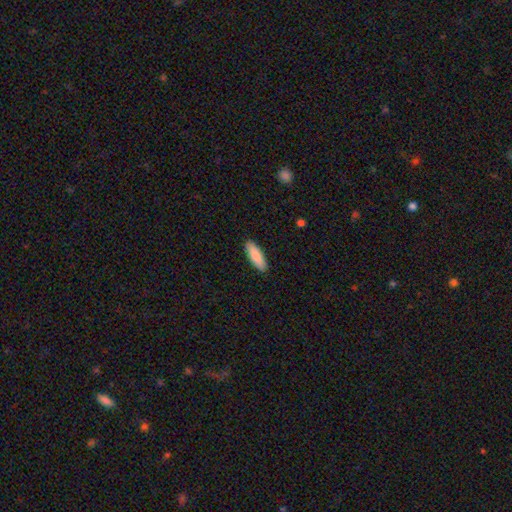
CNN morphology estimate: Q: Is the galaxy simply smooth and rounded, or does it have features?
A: smooth — 86%.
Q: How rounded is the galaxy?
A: in between — 53%.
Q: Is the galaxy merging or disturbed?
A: none — 91%.